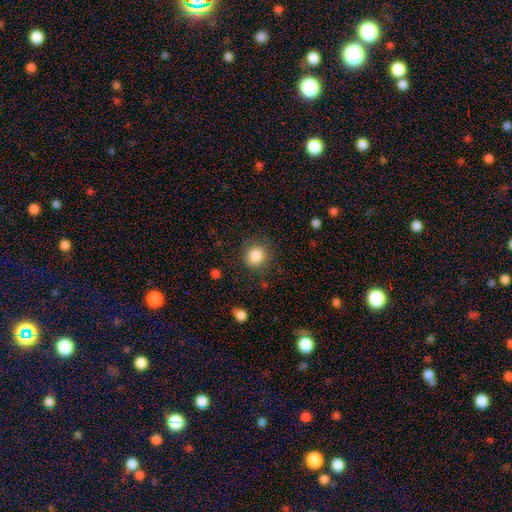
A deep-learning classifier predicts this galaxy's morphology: smooth_or_featured: smooth (p=0.86) [alt: star or artifact p=0.09]
how_rounded: round (p=0.88) [alt: in between p=0.11]
merging: none (p=0.83) [alt: minor disturbance p=0.11]